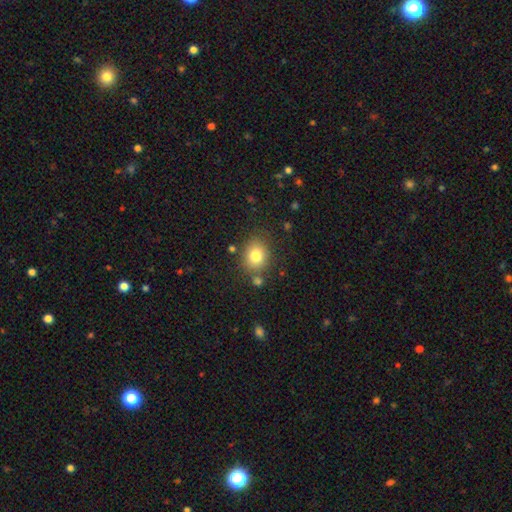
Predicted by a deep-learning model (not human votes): Smooth or featured?
  - smooth: 80% *
  - star or artifact: 11%
  - featured or disk: 9%
How rounded?
  - round: 63% *
  - in between: 36%
  - cigar-shaped: 1%
Merging?
  - none: 78% *
  - minor disturbance: 12%
  - merger: 7%
  - major disturbance: 4%